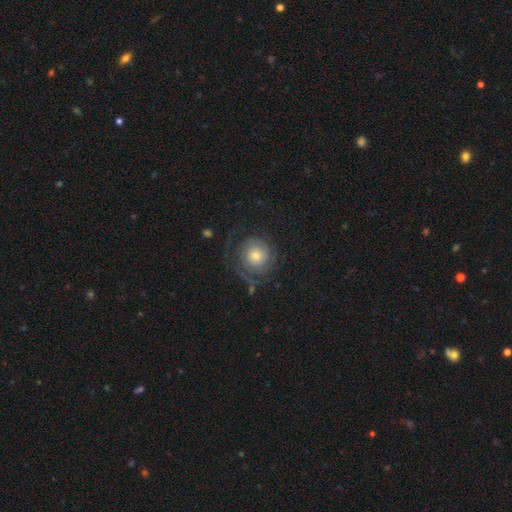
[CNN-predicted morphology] smooth_or_featured: featured or disk (p=0.61) [alt: smooth p=0.30]
disk_edge_on: no (p=0.97) [alt: yes p=0.03]
bar: no (p=0.83) [alt: weak p=0.14]
has_spiral_arms: yes (p=0.83) [alt: no p=0.17]
bulge_size: moderate (p=0.50) [alt: small p=0.36]
merging: none (p=0.62) [alt: major disturbance p=0.20]